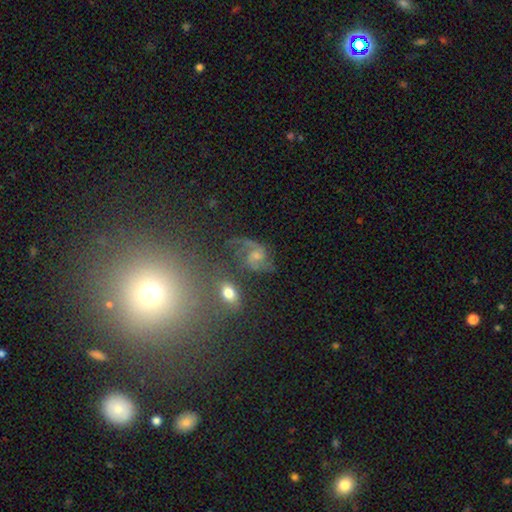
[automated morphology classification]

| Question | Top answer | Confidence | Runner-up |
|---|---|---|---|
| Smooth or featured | featured or disk | 74% | smooth (14%) |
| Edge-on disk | no | 97% | yes (3%) |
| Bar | no | 53% | weak (40%) |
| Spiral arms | yes | 93% | no (7%) |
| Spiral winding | loose | 50% | medium (40%) |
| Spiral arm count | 2 | 83% | 1 (8%) |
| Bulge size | moderate | 42% | small (36%) |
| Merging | none | 56% | minor disturbance (19%) |